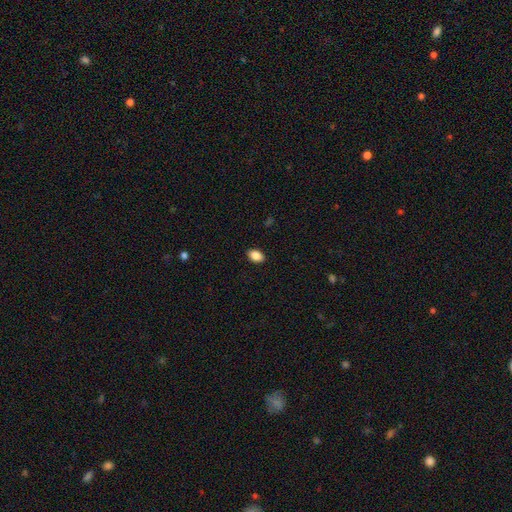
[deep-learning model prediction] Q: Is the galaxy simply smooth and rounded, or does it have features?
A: smooth — 88%.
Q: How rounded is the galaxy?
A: in between — 87%.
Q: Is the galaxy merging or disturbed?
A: none — 90%.